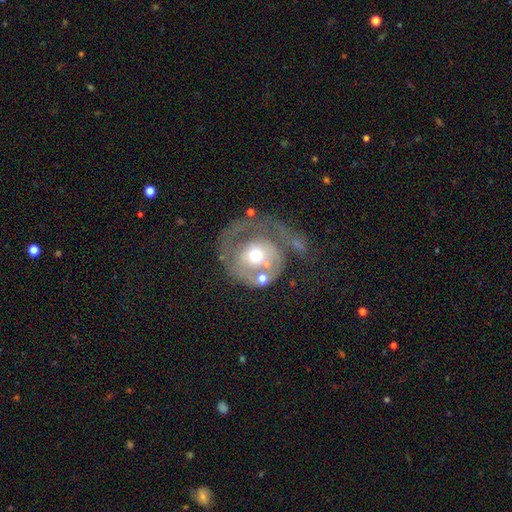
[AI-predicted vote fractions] This is likely a featured or disk galaxy (61%). It is clearly not viewed edge-on (96%). Bar: clearly no (80%). Spiral arm pattern: possibly no (59%). Central bulge: likely moderate (62%). Merging: marginally major disturbance (39%).